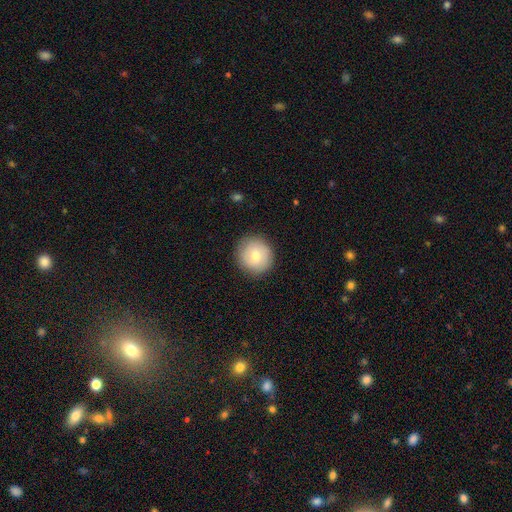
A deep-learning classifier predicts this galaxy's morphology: Smooth or featured? Predicted: smooth (p=0.74). How rounded? Predicted: round (p=0.91). Merging? Predicted: none (p=0.87).